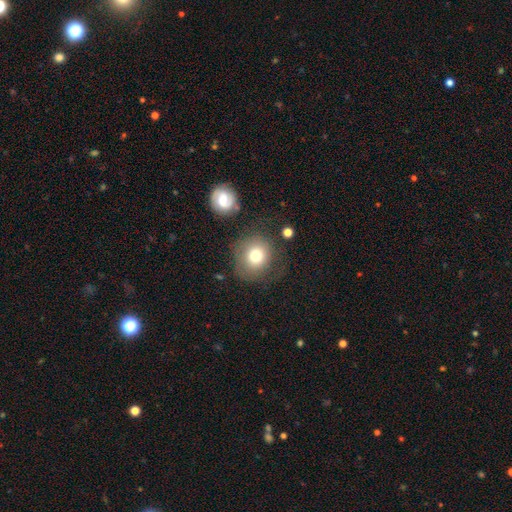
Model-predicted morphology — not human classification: The model was most divided on "merging": none: 69%, minor disturbance: 17%, major disturbance: 10%, merger: 4%. More confident: how rounded — round (84%); smooth or featured — smooth (75%).